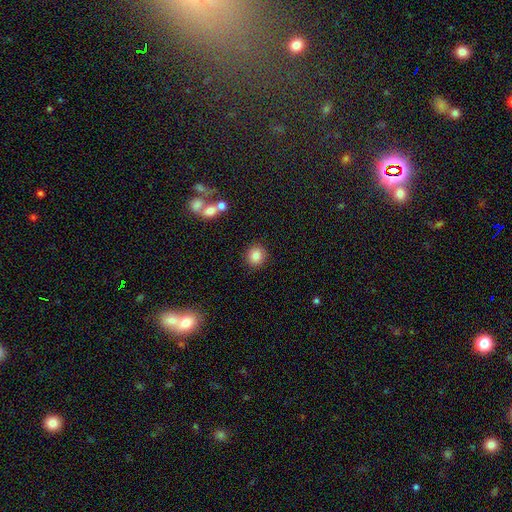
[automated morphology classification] The model was most divided on "smooth or featured": smooth: 84%, star or artifact: 10%, featured or disk: 6%. More confident: merging — none (87%); how rounded — round (87%).